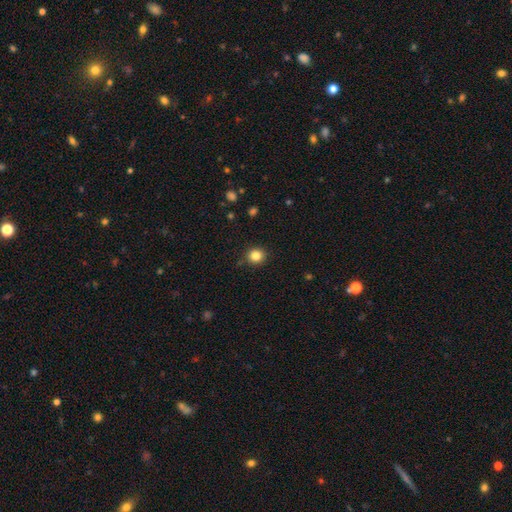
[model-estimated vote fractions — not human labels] Smooth or featured? Predicted: smooth (p=0.84). How rounded? Predicted: round (p=0.88). Merging? Predicted: none (p=0.89).